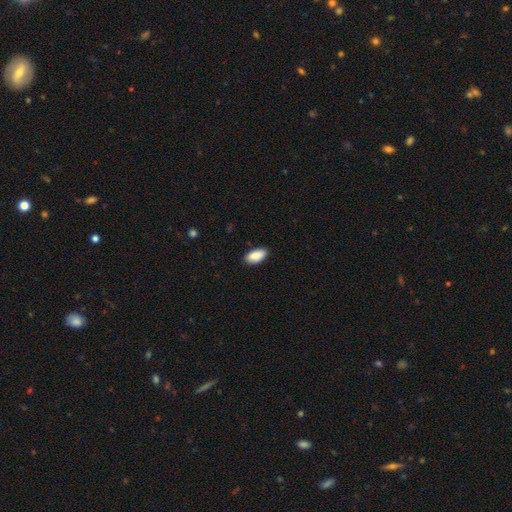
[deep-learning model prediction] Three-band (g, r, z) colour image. It shows a smooth galaxy with no disk features (90%) that is in between round and cigar-shaped (94%). Merging: none (85%).